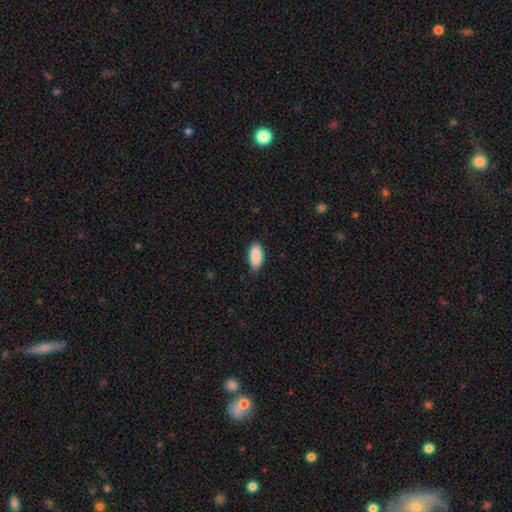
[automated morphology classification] smooth-or-featured: smooth: 90% | star or artifact: 6% | featured or disk: 4%
  how-rounded: in between: 88% | cigar-shaped: 10% | round: 2%
  merging: none: 80% | minor disturbance: 16% | major disturbance: 3% | merger: 1%